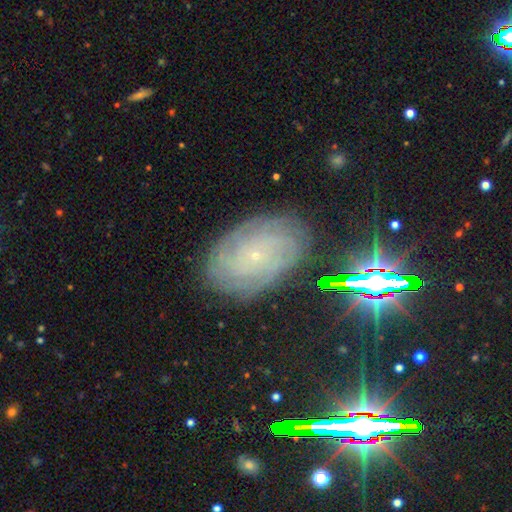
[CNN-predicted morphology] type=featured or disk (72%); edge-on=no (95%); bar=no (83%); spiral arms=yes (94%); winding=tight (79%); arm count=can't tell (40%); bulge=small (90%); merging=none (82%).